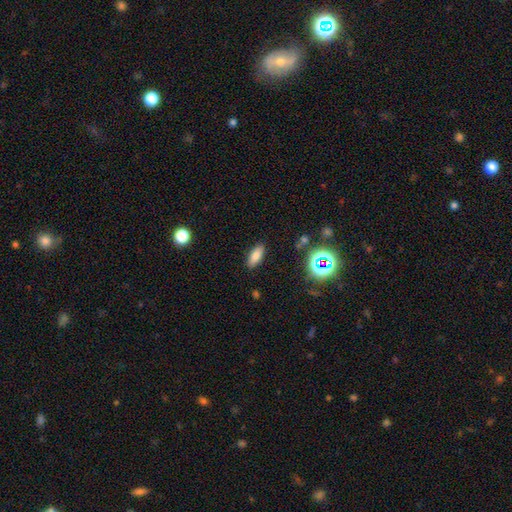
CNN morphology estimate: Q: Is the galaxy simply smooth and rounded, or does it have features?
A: smooth — 80%.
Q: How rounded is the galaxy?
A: in between — 78%.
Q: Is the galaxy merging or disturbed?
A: none — 87%.